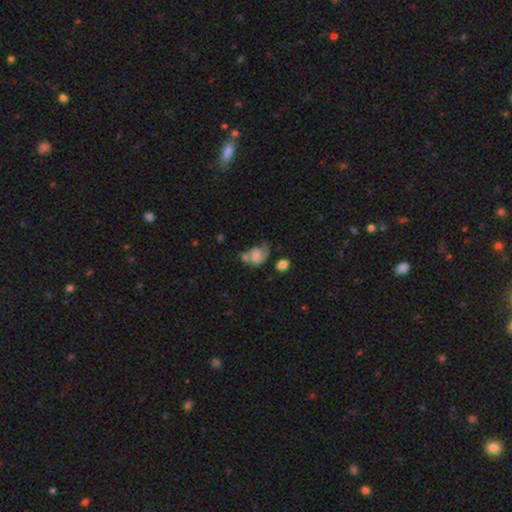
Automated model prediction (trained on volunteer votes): A featured or disk galaxy (45%, tied with smooth). Merging: none (28%).